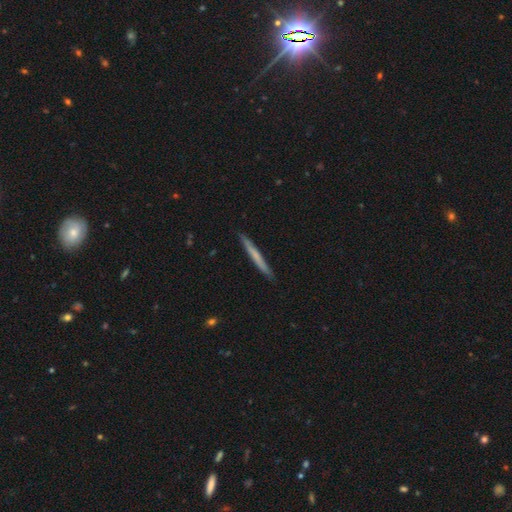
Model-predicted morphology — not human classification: Smooth or featured: smooth — 57% (featured or disk — 38%)
How rounded: cigar-shaped — 97% (in between — 2%)
Merging: none — 90% (minor disturbance — 7%)